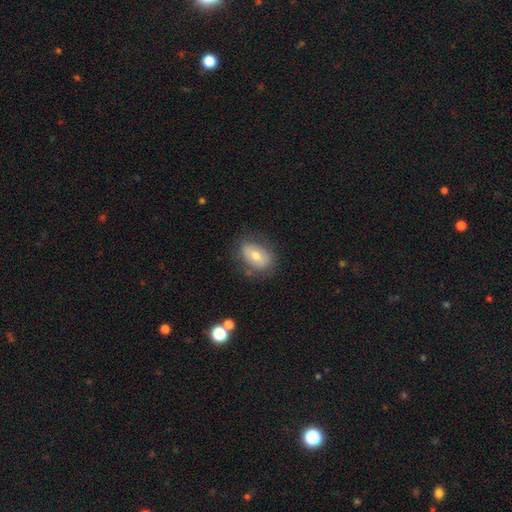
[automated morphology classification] A smooth galaxy with no disk features (62%) that is in between round and cigar-shaped (80%). Merging: none (73%).